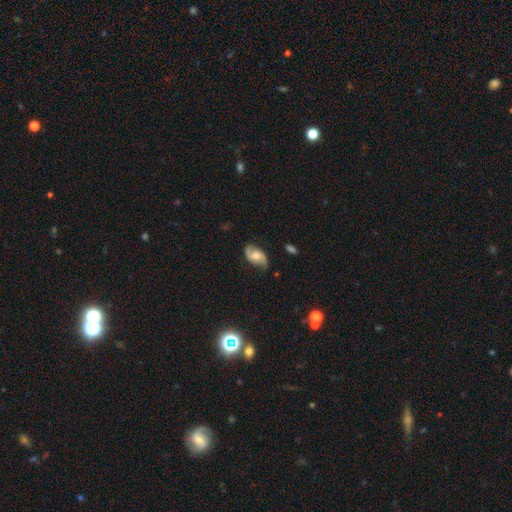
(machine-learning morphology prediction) Smooth or featured? featured or disk (72%)
Edge-on disk? no (96%)
Bar? no (63%)
Spiral arms? yes (93%)
Spiral winding? loose (45%)
Spiral arm count? 2 (90%)
Bulge size? moderate (64%)
Merging? none (73%)